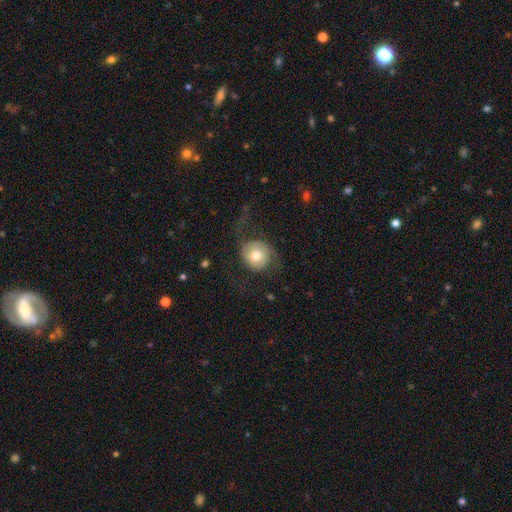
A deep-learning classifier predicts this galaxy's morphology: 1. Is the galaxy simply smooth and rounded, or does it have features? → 56% smooth, 36% featured or disk, 8% star or artifact.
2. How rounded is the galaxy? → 86% round, 13% in between, 1% cigar-shaped.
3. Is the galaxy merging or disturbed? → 53% none, 28% major disturbance, 18% minor disturbance, 2% merger.